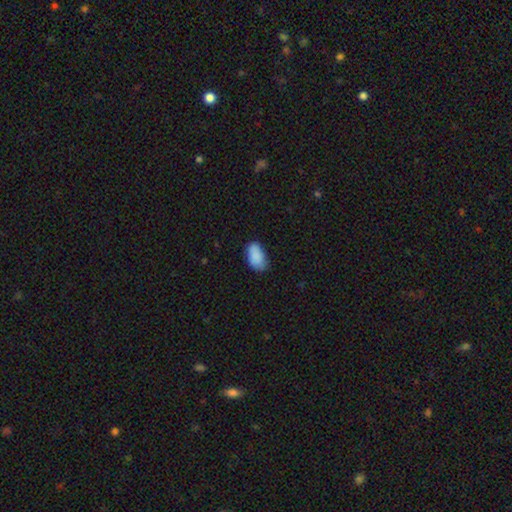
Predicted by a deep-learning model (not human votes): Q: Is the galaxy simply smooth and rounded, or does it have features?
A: smooth — 87%.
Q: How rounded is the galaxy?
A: in between — 93%.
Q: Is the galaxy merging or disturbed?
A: none — 68%.